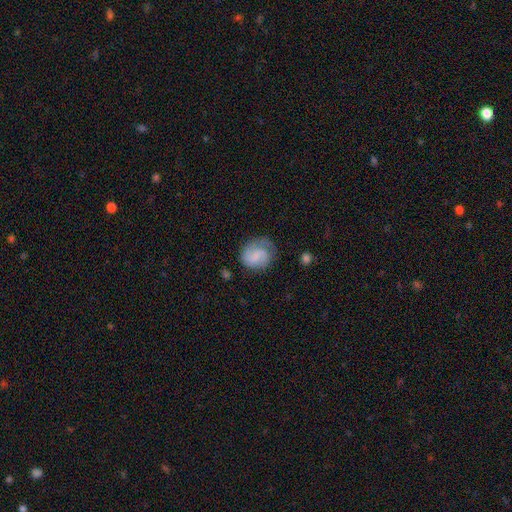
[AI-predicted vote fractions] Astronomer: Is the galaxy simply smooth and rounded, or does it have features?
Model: featured or disk — 53% (runner-up: smooth, 39%).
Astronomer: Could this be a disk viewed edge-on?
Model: no — 98%.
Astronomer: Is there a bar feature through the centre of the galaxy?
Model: no — 49% (runner-up: weak, 42%).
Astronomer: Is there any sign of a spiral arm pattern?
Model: yes — 90%.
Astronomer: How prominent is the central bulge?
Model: none — 42% (runner-up: small, 37%).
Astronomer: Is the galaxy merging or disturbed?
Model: none — 62%.